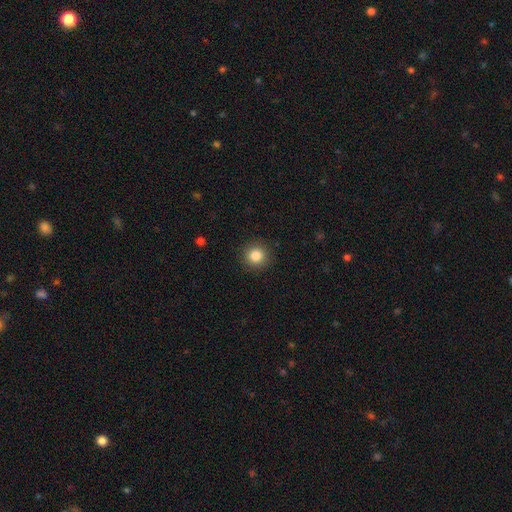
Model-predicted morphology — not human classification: Smooth or featured?
  - smooth: 84% *
  - star or artifact: 11%
  - featured or disk: 5%
How rounded?
  - round: 93% *
  - in between: 6%
  - cigar-shaped: 1%
Merging?
  - none: 91% *
  - minor disturbance: 6%
  - major disturbance: 2%
  - merger: 1%